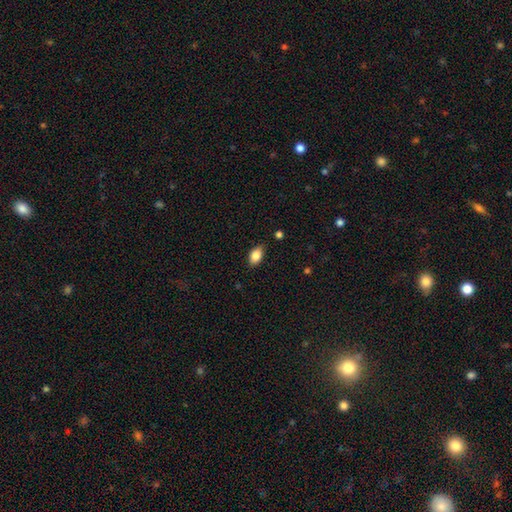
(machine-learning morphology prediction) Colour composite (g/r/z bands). It shows a smooth galaxy with no disk features (86%) that is in between round and cigar-shaped (90%). Merging: none (82%).